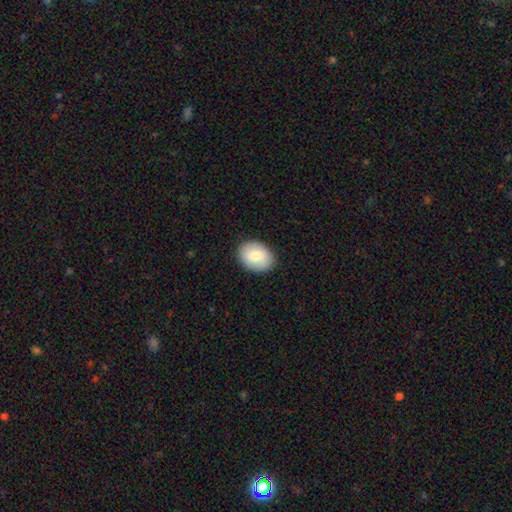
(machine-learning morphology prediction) Smooth or featured: smooth — 78% (featured or disk — 16%)
How rounded: in between — 69% (round — 30%)
Merging: none — 88% (minor disturbance — 9%)